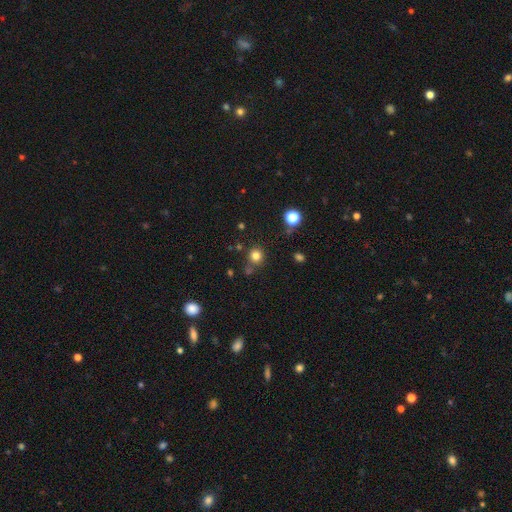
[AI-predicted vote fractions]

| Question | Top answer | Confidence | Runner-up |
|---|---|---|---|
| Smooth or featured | smooth | 80% | star or artifact (15%) |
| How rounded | round | 90% | in between (9%) |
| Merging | none | 78% | minor disturbance (10%) |